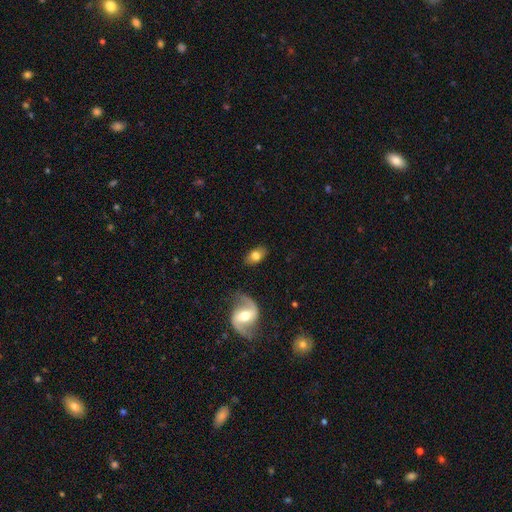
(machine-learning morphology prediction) A smooth galaxy with no disk features (65%) that is in between round and cigar-shaped (83%).

Vote fractions:
- Smooth or featured? smooth: 65% / featured or disk: 28% / star or artifact: 7%
- How rounded? in between: 83% / round: 14% / cigar-shaped: 3%
- Merging? none: 80% / minor disturbance: 14% / major disturbance: 4% / merger: 2%